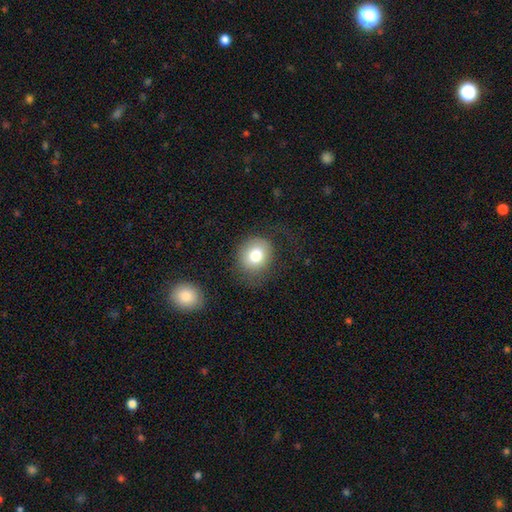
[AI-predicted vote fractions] Morphology: type=smooth (78%); roundness=round (78%); merging=none (69%).